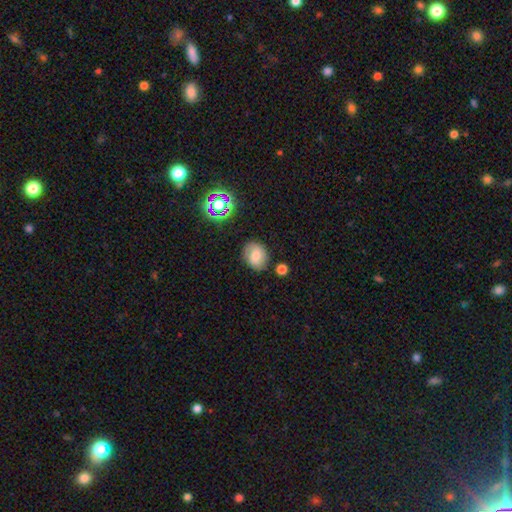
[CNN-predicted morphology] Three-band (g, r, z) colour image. It shows a smooth galaxy with no disk features (67%) that is round (58%). Merging: none (76%).